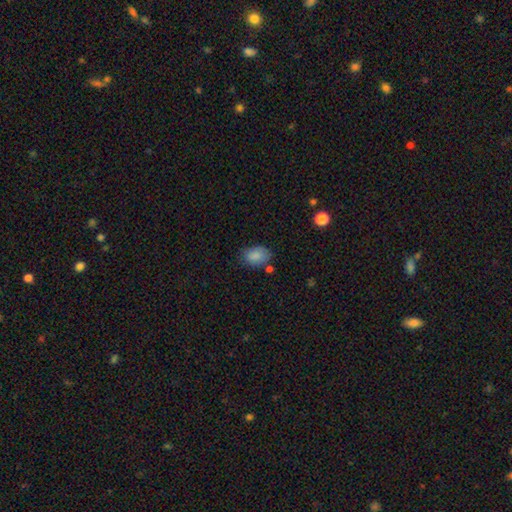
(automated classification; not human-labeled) Smooth or featured: smooth — 85% (star or artifact — 8%)
How rounded: in between — 79% (round — 20%)
Merging: none — 67% (minor disturbance — 22%)